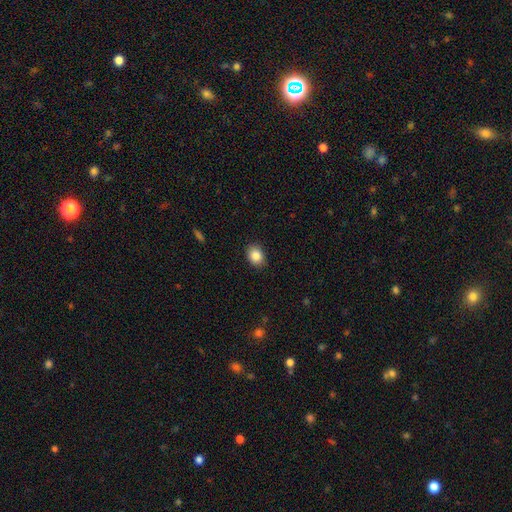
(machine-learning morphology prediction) The model was most divided on "how rounded": in between: 52%, round: 47%, cigar-shaped: 1%. More confident: merging — none (87%); smooth or featured — smooth (86%).